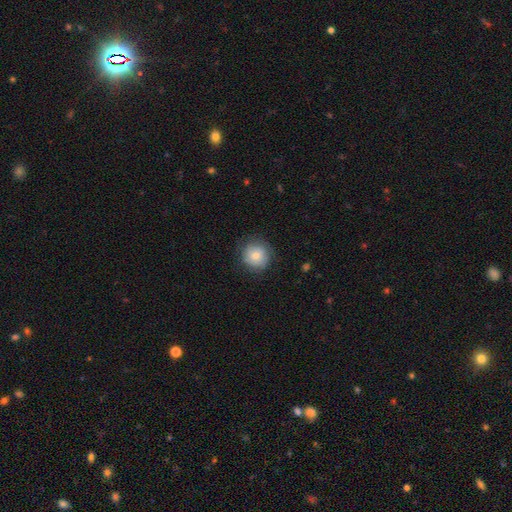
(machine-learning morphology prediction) smooth_or_featured: smooth (p=0.76) [alt: featured or disk p=0.17]
how_rounded: round (p=0.91) [alt: in between p=0.09]
merging: none (p=0.79) [alt: minor disturbance p=0.15]